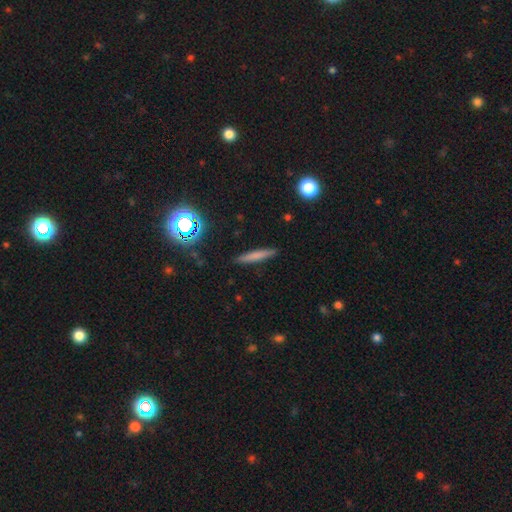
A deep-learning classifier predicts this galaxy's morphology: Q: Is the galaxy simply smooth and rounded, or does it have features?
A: smooth — 68%.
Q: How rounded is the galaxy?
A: cigar-shaped — 92%.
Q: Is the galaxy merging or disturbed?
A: none — 89%.